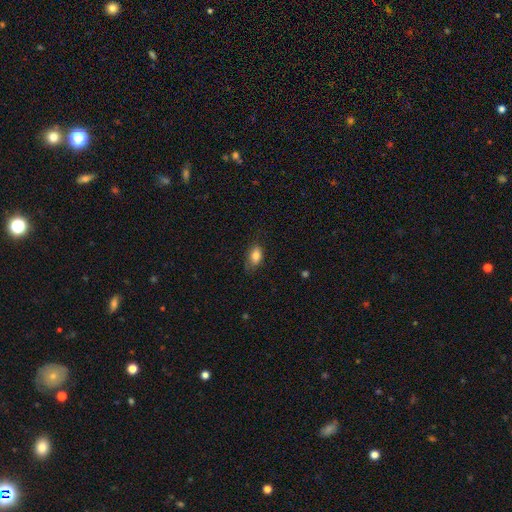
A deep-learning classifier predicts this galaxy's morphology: Overall: smooth (82%). How rounded: in between (87%). Merging: none (69%).